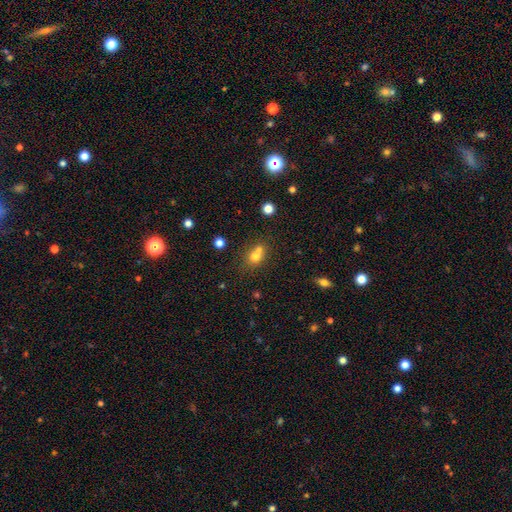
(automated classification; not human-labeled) smooth_or_featured: smooth (p=0.71) [alt: star or artifact p=0.15]
how_rounded: round (p=0.65) [alt: in between p=0.34]
merging: merger (p=0.50) [alt: none p=0.38]